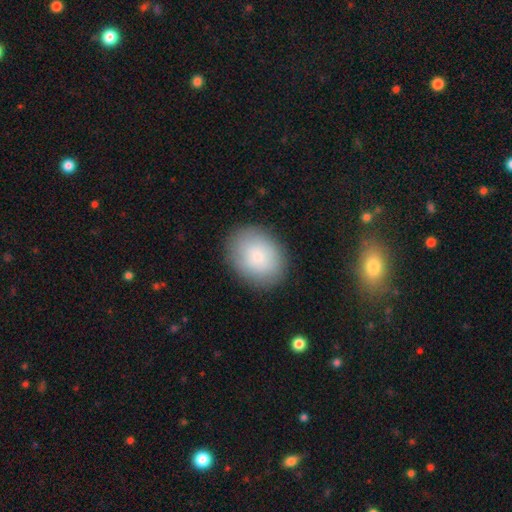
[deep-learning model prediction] Smooth or featured: smooth — 82% (featured or disk — 11%)
How rounded: in between — 65% (round — 34%)
Merging: none — 86% (minor disturbance — 10%)